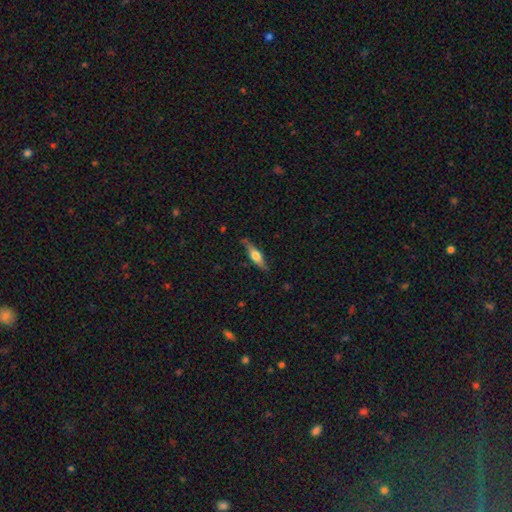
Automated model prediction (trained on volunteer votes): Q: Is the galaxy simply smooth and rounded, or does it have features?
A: featured or disk — 49%.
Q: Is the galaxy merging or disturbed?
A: none — 80%.